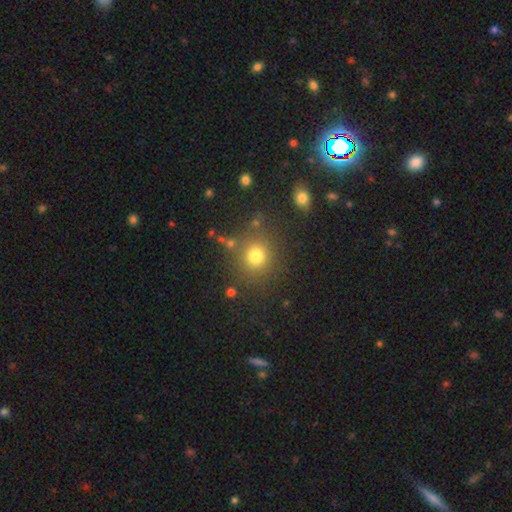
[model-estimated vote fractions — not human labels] Q: Smooth or featured?
A: smooth (75%); runner-up: star or artifact (18%)
Q: How rounded?
A: round (90%); runner-up: in between (9%)
Q: Merging?
A: none (83%); runner-up: minor disturbance (9%)